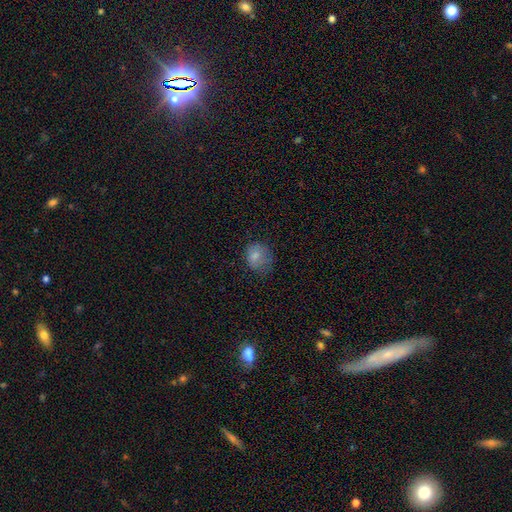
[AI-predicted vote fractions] Smooth or featured?
  - smooth: 78% *
  - featured or disk: 11%
  - star or artifact: 11%
How rounded?
  - round: 62% *
  - in between: 37%
  - cigar-shaped: 1%
Merging?
  - none: 55% *
  - minor disturbance: 28%
  - major disturbance: 16%
  - merger: 1%